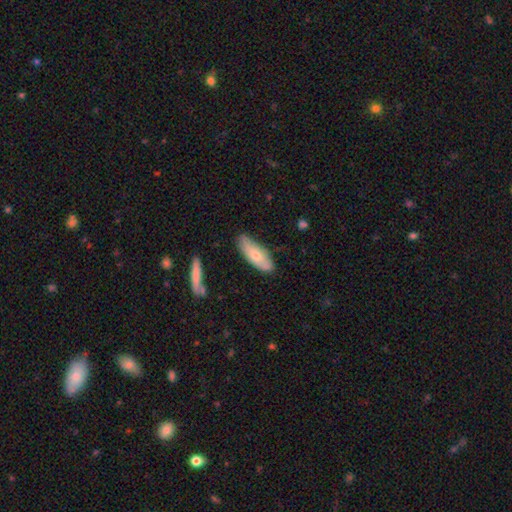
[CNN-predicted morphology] Smooth or featured: smooth — 68% (featured or disk — 26%)
How rounded: in between — 71% (cigar-shaped — 27%)
Merging: none — 72% (minor disturbance — 22%)